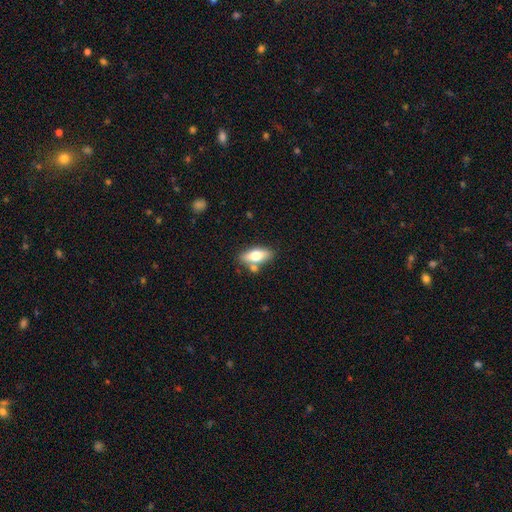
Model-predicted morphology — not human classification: Overall: smooth (68%). How rounded: in between (78%). Merging: none (72%).